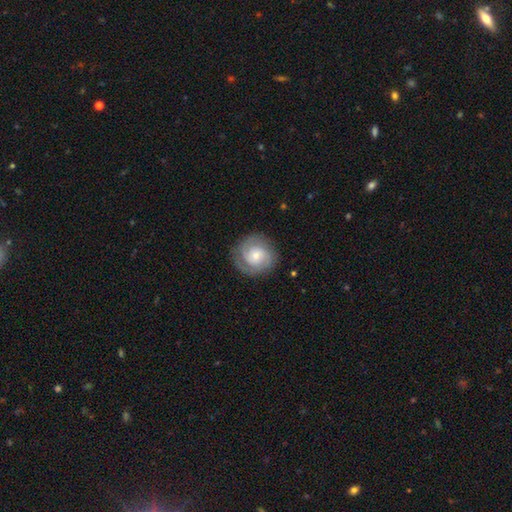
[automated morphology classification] Smooth or featured?
  - featured or disk: 66% *
  - smooth: 27%
  - star or artifact: 7%
Edge-on disk?
  - no: 98% *
  - yes: 2%
Bar?
  - no: 70% *
  - weak: 26%
  - strong: 4%
Spiral arms?
  - yes: 91% *
  - no: 9%
Spiral winding?
  - tight: 57% *
  - medium: 34%
  - loose: 10%
Spiral arm count?
  - 2: 49% *
  - can't tell: 22%
  - 3: 16%
  - 1: 6%
  - 4: 4%
  - more than 4: 3%
Bulge size?
  - small: 57% *
  - moderate: 36%
  - large: 4%
  - none: 2%
  - dominant: 1%
Merging?
  - none: 81% *
  - minor disturbance: 12%
  - major disturbance: 5%
  - merger: 1%